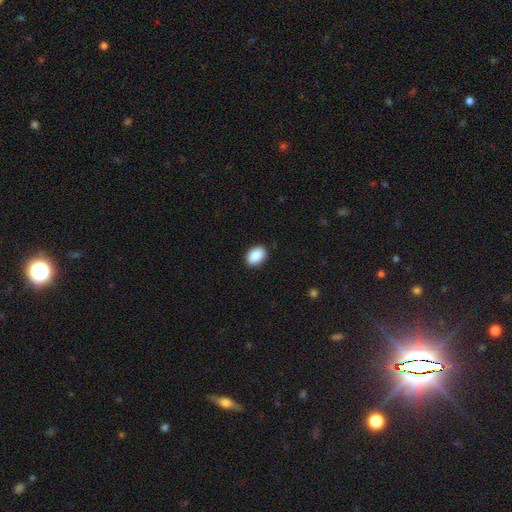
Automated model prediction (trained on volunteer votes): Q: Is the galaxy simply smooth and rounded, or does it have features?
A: smooth — 90%.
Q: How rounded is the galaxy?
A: in between — 86%.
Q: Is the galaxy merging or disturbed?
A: none — 91%.